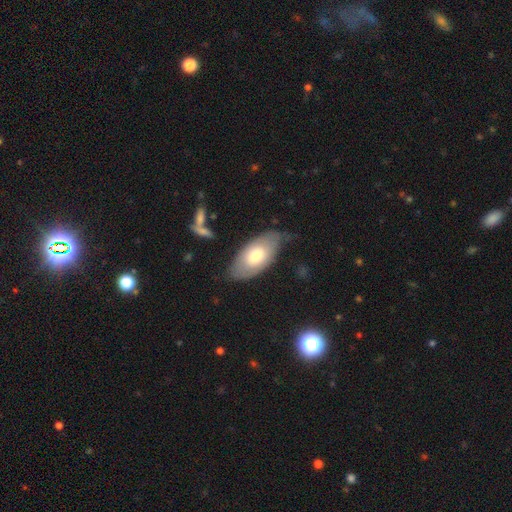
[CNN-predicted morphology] type=smooth (67%); roundness=in between (93%); merging=none (64%).